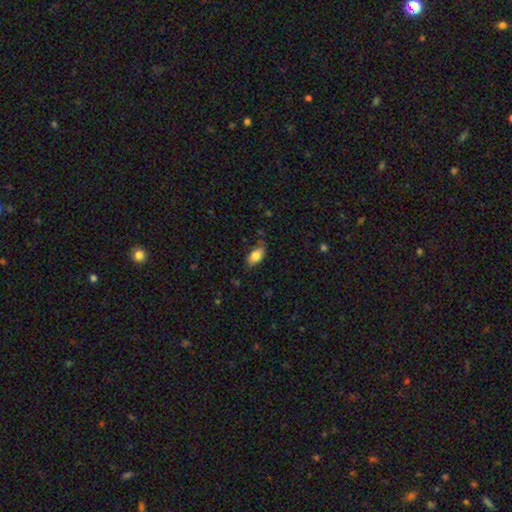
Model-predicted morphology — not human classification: This is clearly a smooth galaxy (82%). How rounded: clearly in between (91%). Merging: likely none (77%).